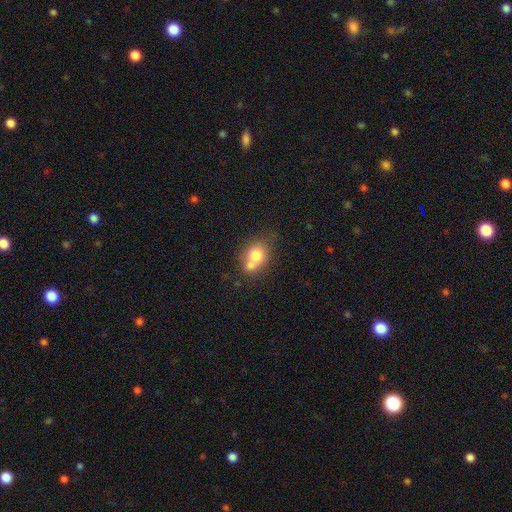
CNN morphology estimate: Smooth or featured? Predicted: smooth (p=0.72). How rounded? Predicted: round (p=0.61). Merging? Predicted: merger (p=0.52).